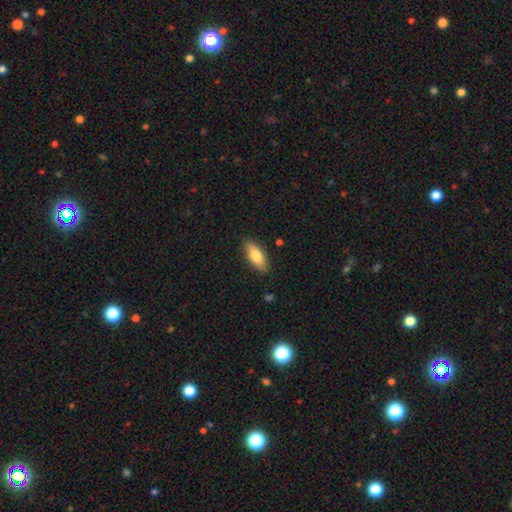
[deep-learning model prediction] A smooth galaxy with no disk features (73%) that is in between round and cigar-shaped (74%).

Vote fractions:
- Smooth or featured? smooth: 73% / featured or disk: 20% / star or artifact: 6%
- How rounded? in between: 74% / cigar-shaped: 24% / round: 3%
- Merging? none: 85% / minor disturbance: 11% / major disturbance: 2% / merger: 1%